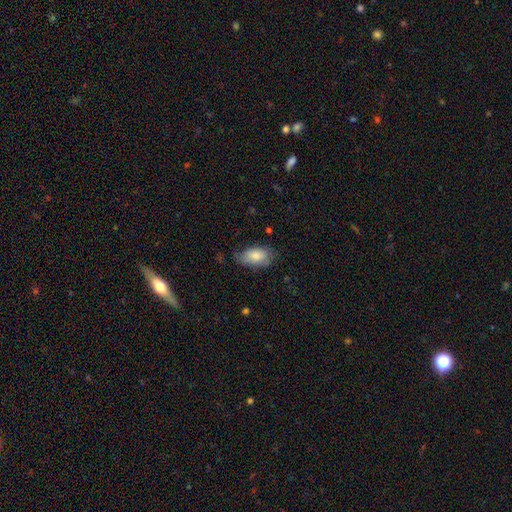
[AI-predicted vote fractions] smooth_or_featured: smooth (p=0.81) [alt: featured or disk p=0.12]
how_rounded: in between (p=0.93) [alt: round p=0.04]
merging: none (p=0.63) [alt: minor disturbance p=0.28]